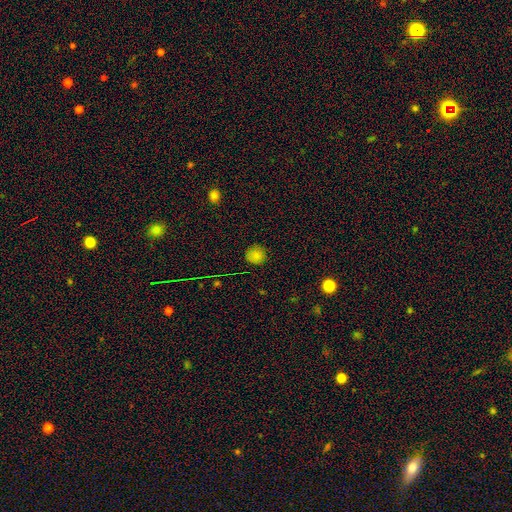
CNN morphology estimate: This appears to be a smooth galaxy with no disk features (80%) that is round (92%). Merging: none (87%).